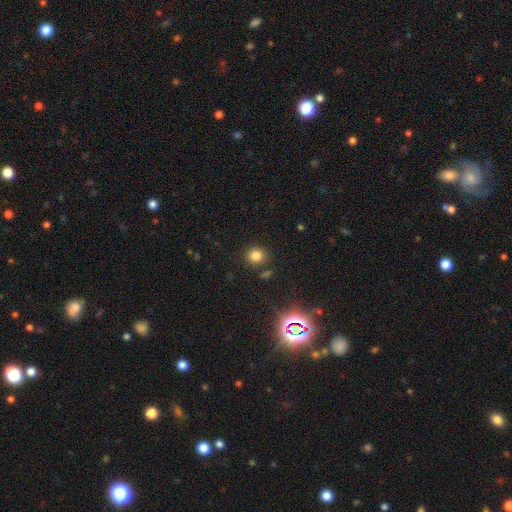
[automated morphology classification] type=smooth (77%); roundness=round (86%); merging=none (83%).